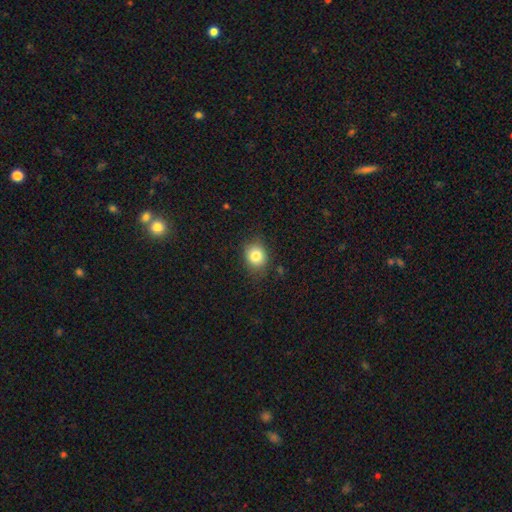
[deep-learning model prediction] smooth-or-featured: smooth: 82% | star or artifact: 11% | featured or disk: 7%
  how-rounded: round: 66% | in between: 33% | cigar-shaped: 1%
  merging: none: 80% | minor disturbance: 15% | major disturbance: 4% | merger: 1%